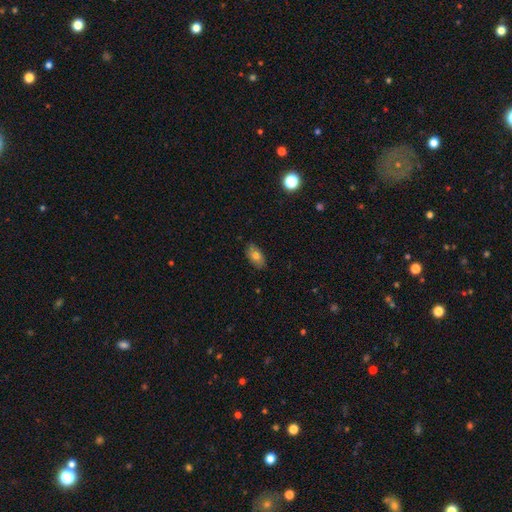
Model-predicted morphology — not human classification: This is likely a smooth galaxy (78%). How rounded: clearly in between (92%). Merging: clearly none (84%).